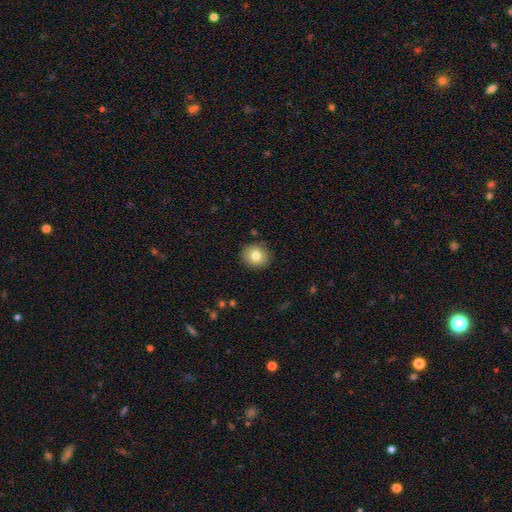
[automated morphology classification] Smooth or featured? smooth (80%)
How rounded? round (82%)
Merging? none (89%)